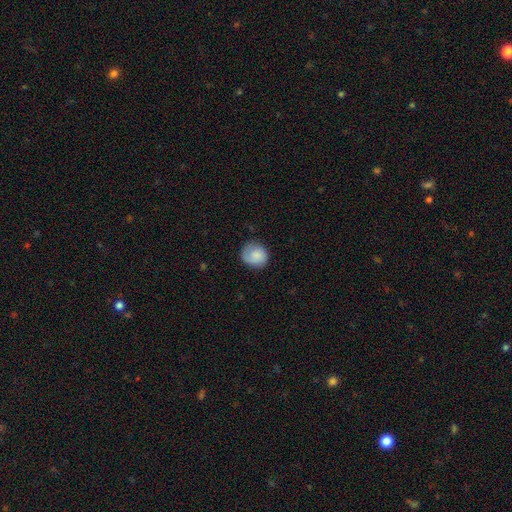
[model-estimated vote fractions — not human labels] Overall: smooth (75%). How rounded: round (82%). Merging: none (73%).